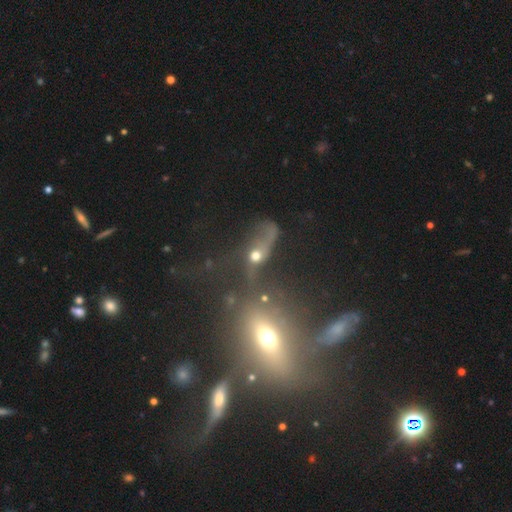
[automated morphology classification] The model was most divided on "merging": major disturbance: 31%, merger: 29%, none: 28%, minor disturbance: 13%. Remaining: smooth or featured — smooth (41%).